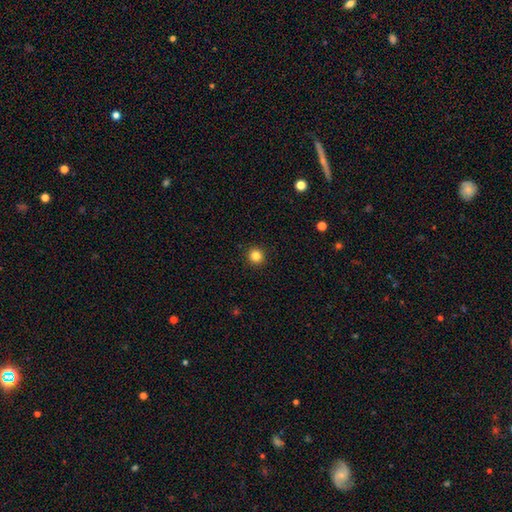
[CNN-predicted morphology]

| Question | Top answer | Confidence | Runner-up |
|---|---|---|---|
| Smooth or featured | smooth | 84% | star or artifact (12%) |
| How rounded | round | 95% | in between (4%) |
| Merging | none | 93% | minor disturbance (4%) |